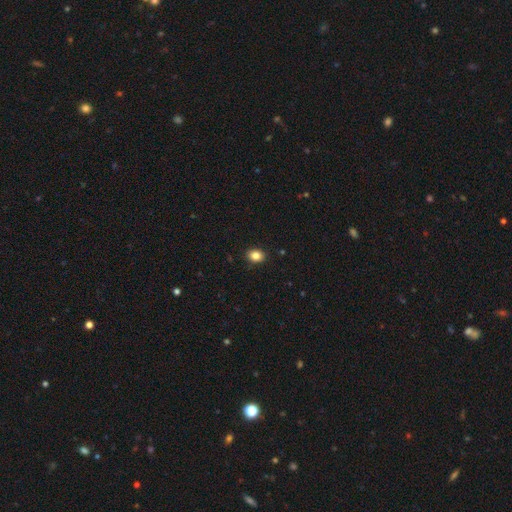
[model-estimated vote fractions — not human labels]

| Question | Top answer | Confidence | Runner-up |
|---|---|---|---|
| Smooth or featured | smooth | 85% | star or artifact (10%) |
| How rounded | in between | 62% | round (37%) |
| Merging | none | 89% | minor disturbance (8%) |